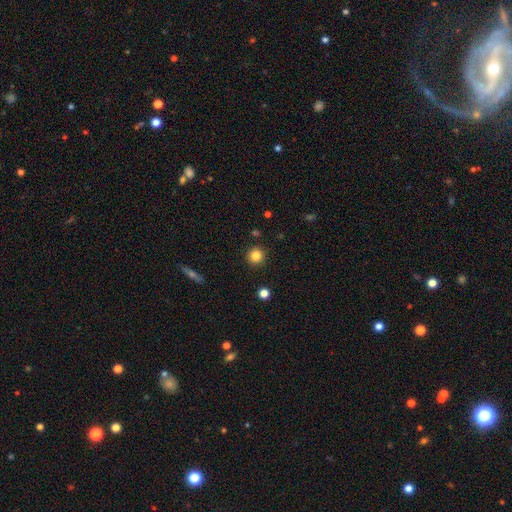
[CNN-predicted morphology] smooth 84%, star or artifact 11%, featured or disk 5%. Down the decision tree: how rounded — round (95%); merging — none (91%).